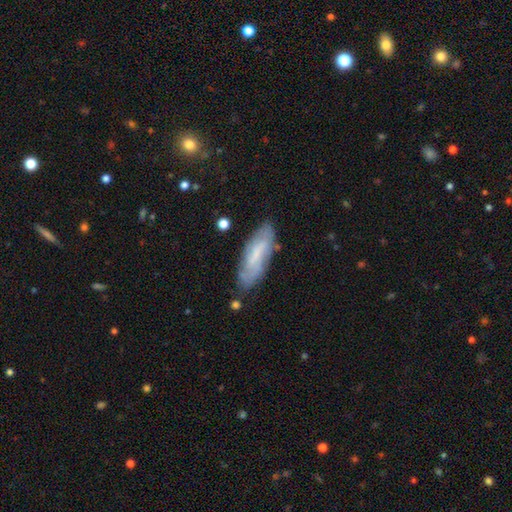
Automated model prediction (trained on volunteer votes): The model was most divided on "smooth or featured": smooth: 49%, featured or disk: 43%, star or artifact: 8%. More confident: merging — none (74%).